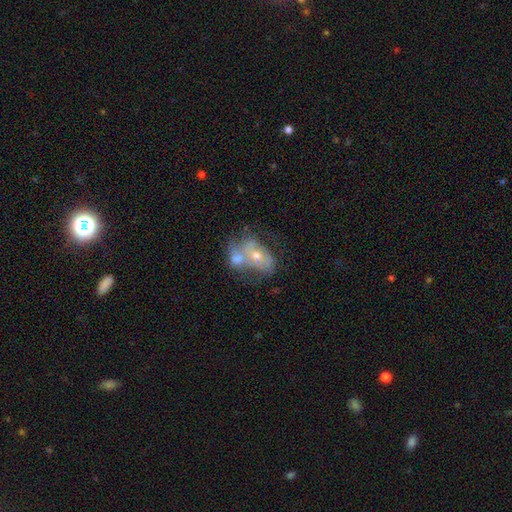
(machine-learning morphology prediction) smooth-or-featured: featured or disk: 61% | smooth: 30% | star or artifact: 10%
  disk-edge-on: no: 95% | yes: 5%
    bar: no: 79% | weak: 16% | strong: 5%
    has-spiral-arms: no: 51% | yes: 49%
    bulge-size: moderate: 60% | small: 33% | large: 3% | none: 2% | dominant: 1%
  merging: merger: 59% | none: 20% | minor disturbance: 11% | major disturbance: 10%